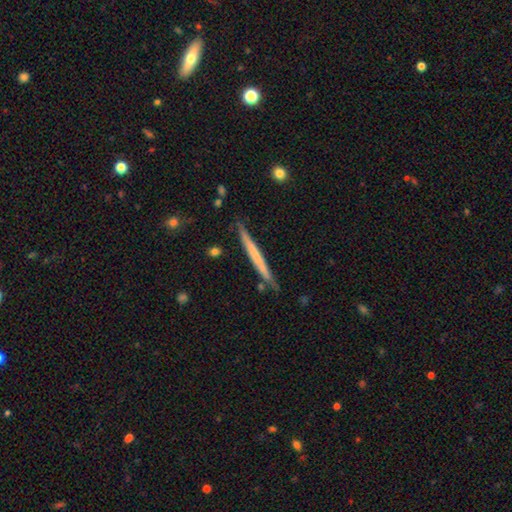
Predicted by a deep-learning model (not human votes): smooth_or_featured: smooth (p=0.51) [alt: featured or disk p=0.44]
how_rounded: cigar-shaped (p=0.97) [alt: in between p=0.02]
merging: none (p=0.84) [alt: minor disturbance p=0.12]